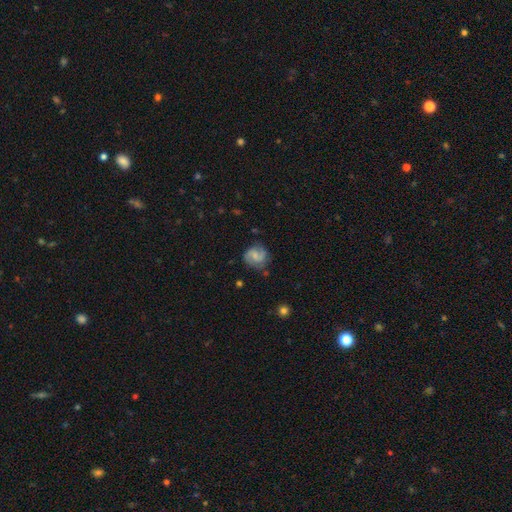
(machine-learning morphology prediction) smooth-or-featured: featured or disk: 63% | smooth: 30% | star or artifact: 8%
  disk-edge-on: no: 98% | yes: 2%
    bar: weak: 49% | no: 39% | strong: 12%
    has-spiral-arms: yes: 92% | no: 8%
      spiral-winding: medium: 47% | tight: 27% | loose: 26%
      spiral-arm-count: 2: 83% | can't tell: 9% | 1: 4% | 3: 3% | 4: 1% | more than 4: 1%
    bulge-size: small: 44% | moderate: 26% | none: 26% | large: 3% | dominant: 1%
  merging: none: 71% | minor disturbance: 20% | major disturbance: 7% | merger: 2%